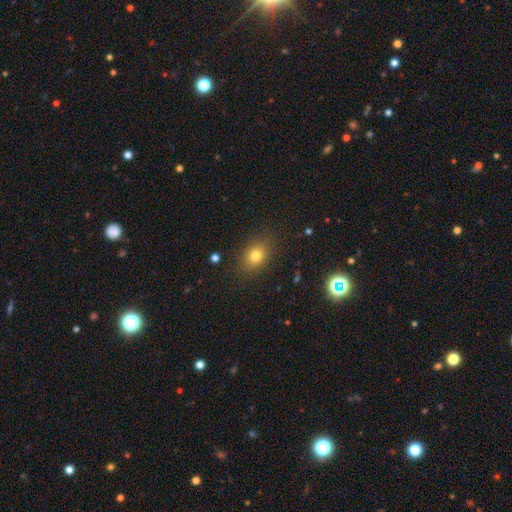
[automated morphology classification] Smooth or featured: smooth — 78% (star or artifact — 13%)
How rounded: in between — 60% (round — 38%)
Merging: none — 84% (minor disturbance — 11%)